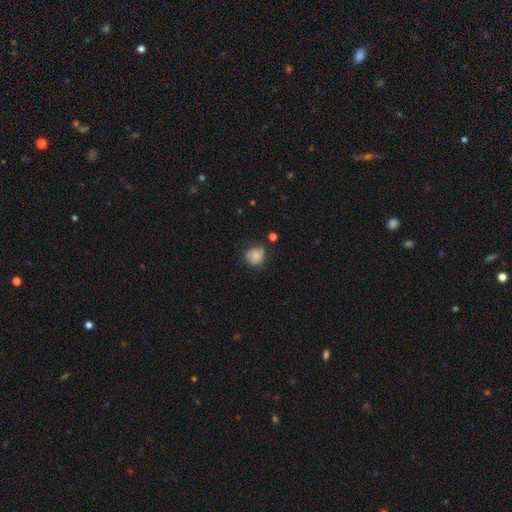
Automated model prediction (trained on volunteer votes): smooth-or-featured: smooth: 76% | featured or disk: 14% | star or artifact: 10%
  how-rounded: round: 76% | in between: 23% | cigar-shaped: 1%
  merging: none: 58% | minor disturbance: 29% | major disturbance: 9% | merger: 4%